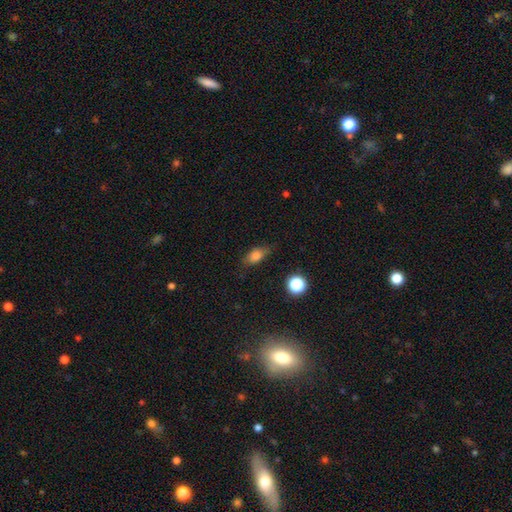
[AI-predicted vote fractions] Q: Smooth or featured?
A: smooth (79%); runner-up: star or artifact (11%)
Q: How rounded?
A: in between (79%); runner-up: round (13%)
Q: Merging?
A: none (70%); runner-up: minor disturbance (22%)